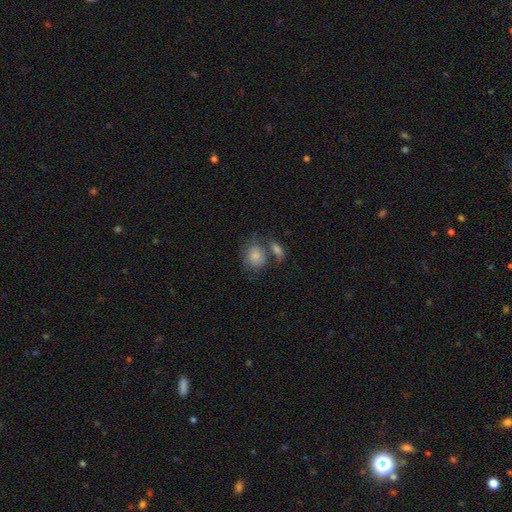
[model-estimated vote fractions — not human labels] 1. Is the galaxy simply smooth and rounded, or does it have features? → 76% smooth, 17% featured or disk, 7% star or artifact.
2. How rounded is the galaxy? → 54% round, 44% in between, 1% cigar-shaped.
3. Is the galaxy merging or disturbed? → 40% none, 32% merger, 18% minor disturbance, 10% major disturbance.